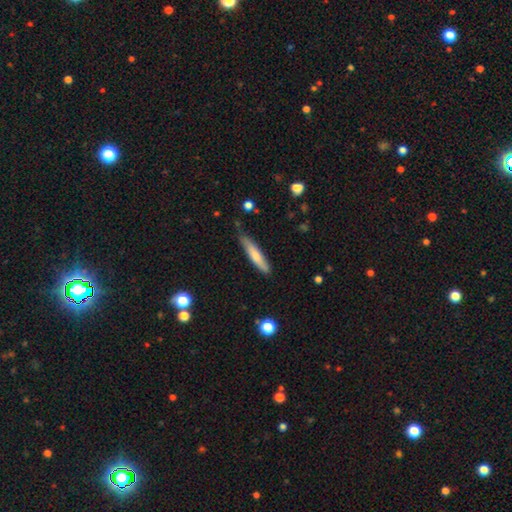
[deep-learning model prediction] Smooth or featured?
  - smooth: 69% *
  - featured or disk: 26%
  - star or artifact: 6%
How rounded?
  - cigar-shaped: 88% *
  - in between: 10%
  - round: 1%
Merging?
  - none: 76% *
  - minor disturbance: 19%
  - major disturbance: 3%
  - merger: 2%